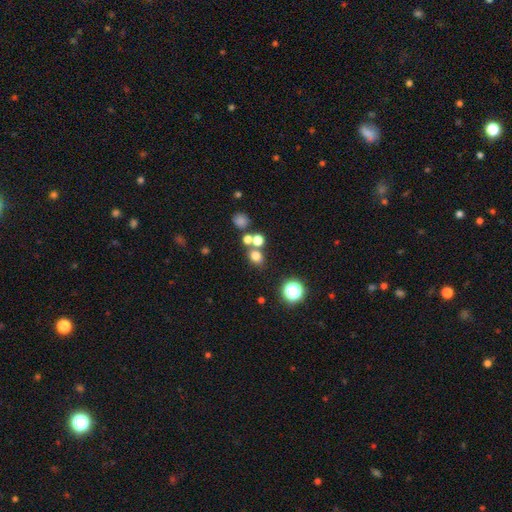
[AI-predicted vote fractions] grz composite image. It shows a smooth galaxy with no disk features (69%) that is round (75%). Merging: none (62%).